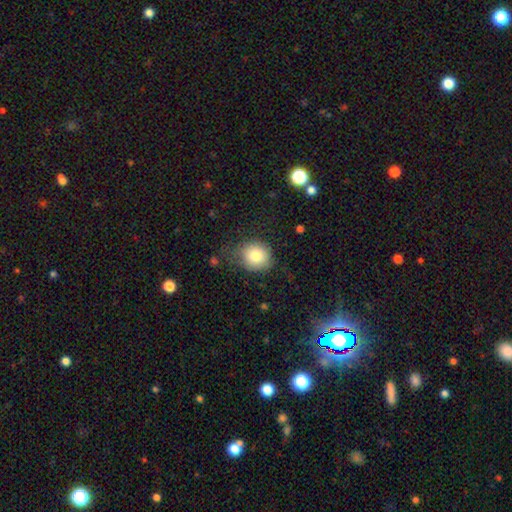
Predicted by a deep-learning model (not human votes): smooth_or_featured: smooth (p=0.79) [alt: featured or disk p=0.11]
how_rounded: round (p=0.80) [alt: in between p=0.19]
merging: none (p=0.69) [alt: minor disturbance p=0.21]